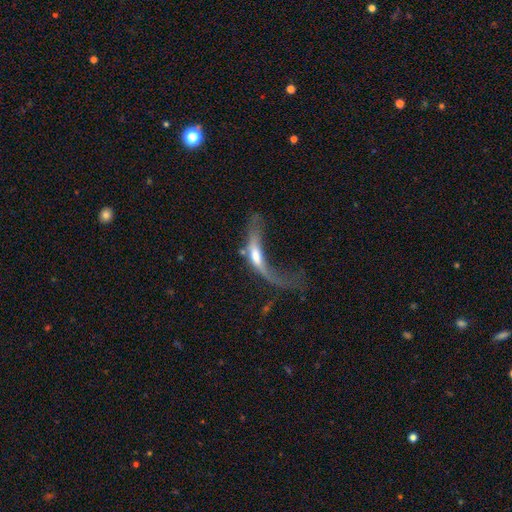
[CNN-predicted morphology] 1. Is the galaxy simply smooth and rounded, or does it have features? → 55% featured or disk, 36% smooth, 9% star or artifact.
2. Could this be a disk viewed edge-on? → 54% no, 46% yes.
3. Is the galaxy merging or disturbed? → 58% major disturbance, 15% none, 15% merger, 12% minor disturbance.